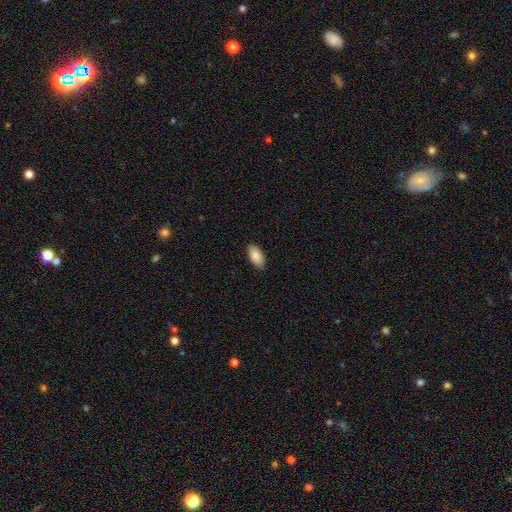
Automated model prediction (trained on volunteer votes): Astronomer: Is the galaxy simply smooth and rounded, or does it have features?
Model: smooth — 88%.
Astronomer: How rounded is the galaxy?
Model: in between — 94%.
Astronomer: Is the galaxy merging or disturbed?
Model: none — 85%.